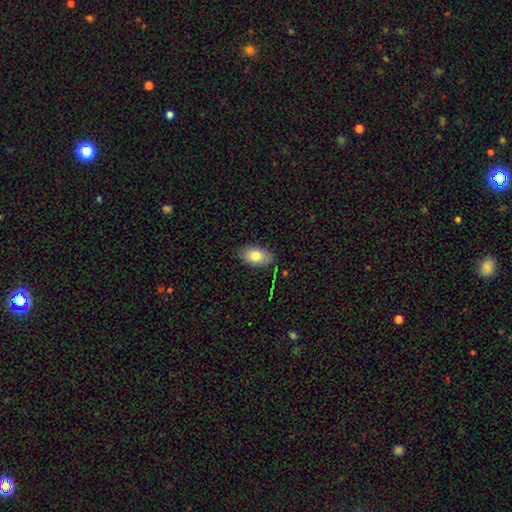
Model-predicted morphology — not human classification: A smooth galaxy with no disk features (80%) that is in between round and cigar-shaped (92%). Merging: none (83%).